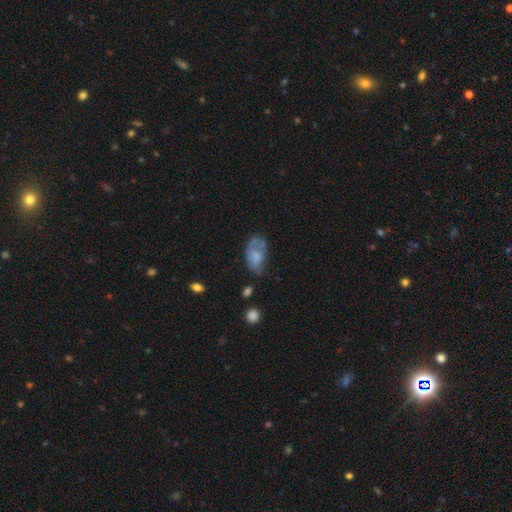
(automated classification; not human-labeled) A smooth galaxy with no disk features (61%) that is in between round and cigar-shaped (91%). Merging: none (36%).